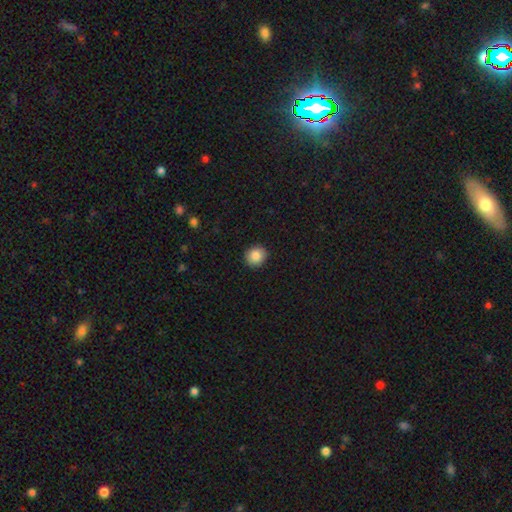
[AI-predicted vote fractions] Smooth or featured: smooth — 86% (star or artifact — 9%)
How rounded: round — 88% (in between — 12%)
Merging: none — 91% (minor disturbance — 6%)